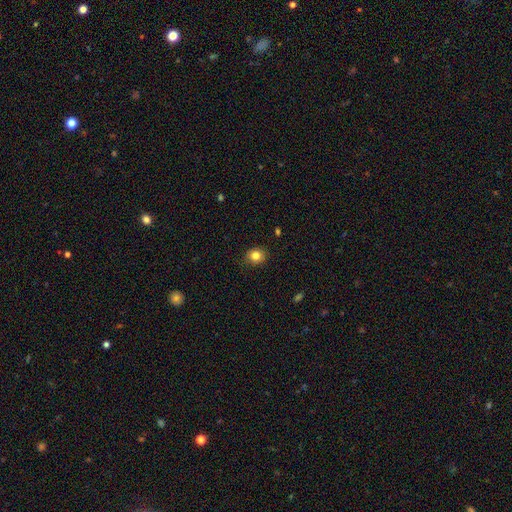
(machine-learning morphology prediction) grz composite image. It shows a smooth galaxy with no disk features (82%) that is round (74%). Merging: none (86%).